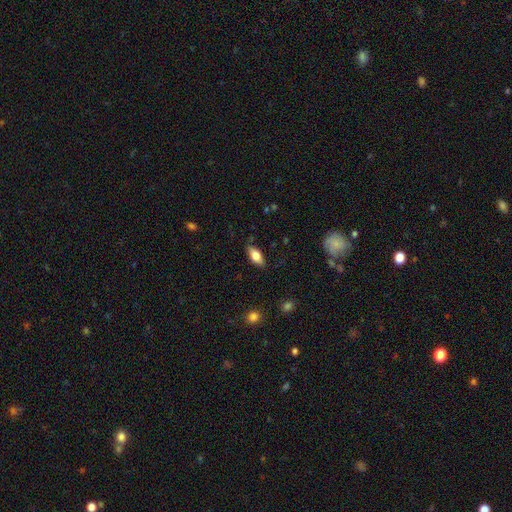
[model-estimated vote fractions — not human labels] Morphology: type=smooth (74%); roundness=in between (85%); merging=none (84%).